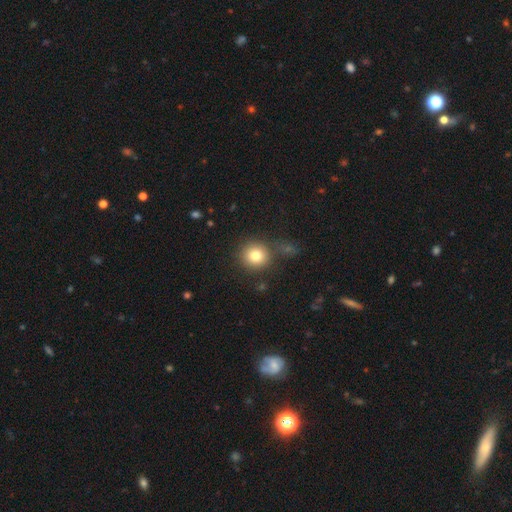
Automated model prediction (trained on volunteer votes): A smooth galaxy with no disk features (80%) that is round (90%). Merging: none (80%).